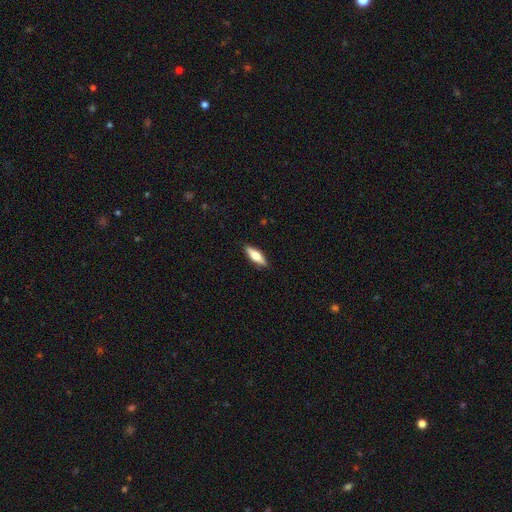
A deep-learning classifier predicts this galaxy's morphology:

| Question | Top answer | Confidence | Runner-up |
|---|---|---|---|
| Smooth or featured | smooth | 57% | featured or disk (37%) |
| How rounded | cigar-shaped | 50% | in between (47%) |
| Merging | none | 89% | minor disturbance (8%) |